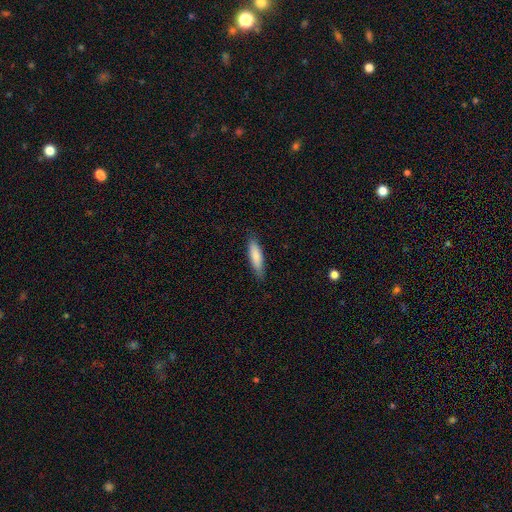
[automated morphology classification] Overall: smooth (81%). How rounded: cigar-shaped (66%; in between 32%). Merging: none (83%).